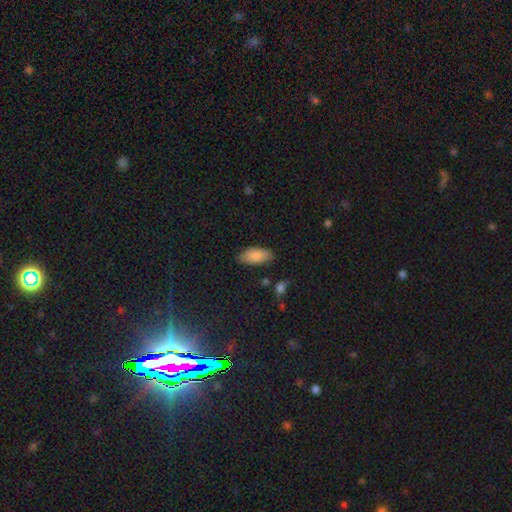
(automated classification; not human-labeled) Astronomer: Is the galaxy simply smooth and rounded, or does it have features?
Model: smooth — 86%.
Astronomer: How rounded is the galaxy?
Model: in between — 90%.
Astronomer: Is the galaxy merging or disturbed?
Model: none — 81%.